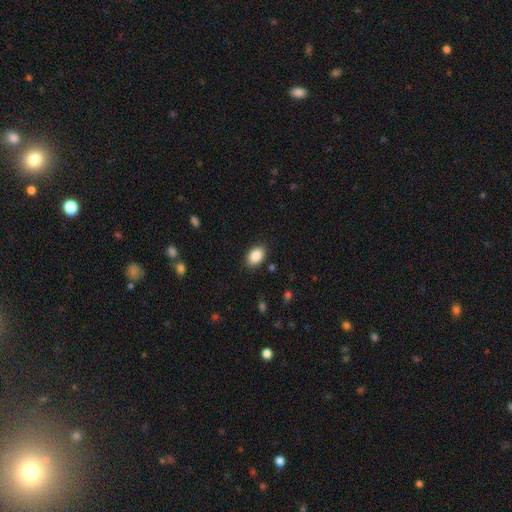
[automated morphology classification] A smooth galaxy with no disk features (89%) that is in between round and cigar-shaped (87%). Merging: none (87%).